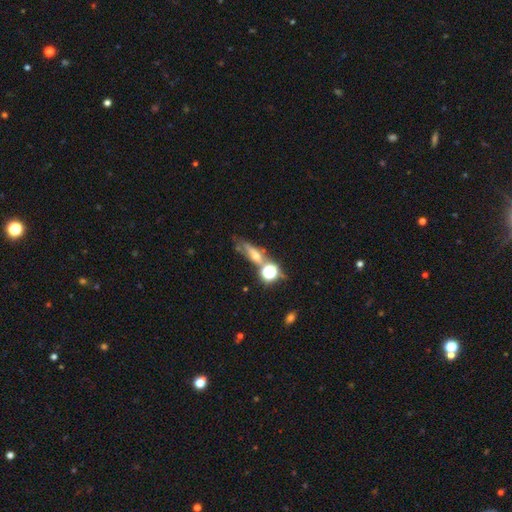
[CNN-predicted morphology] This appears to be a smooth galaxy with no disk features (38%). Merging: none (47%).